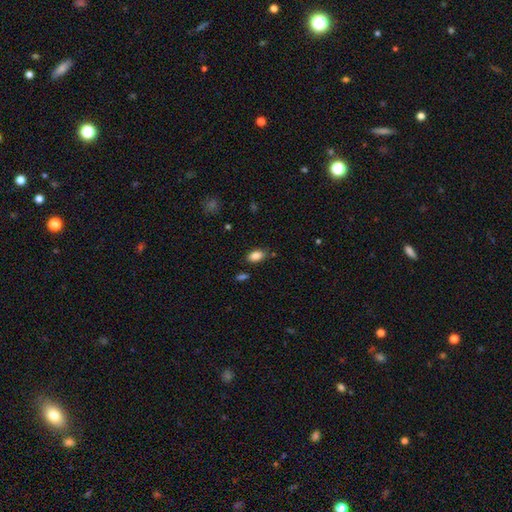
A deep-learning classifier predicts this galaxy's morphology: This appears to be a smooth galaxy with no disk features (86%) that is in between round and cigar-shaped (91%). Merging: none (80%).